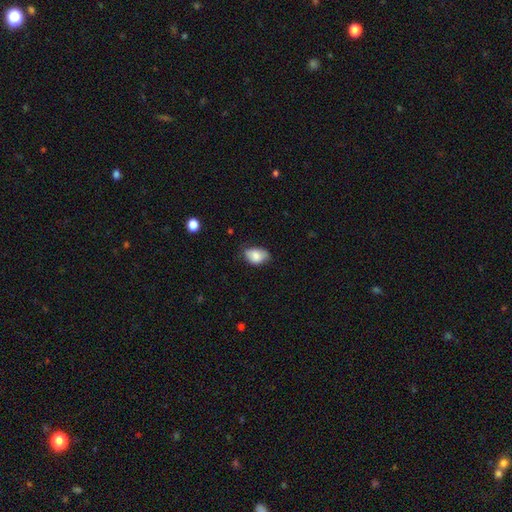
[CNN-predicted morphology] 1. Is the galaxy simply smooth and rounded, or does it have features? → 81% smooth, 12% featured or disk, 8% star or artifact.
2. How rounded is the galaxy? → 82% in between, 17% round, 1% cigar-shaped.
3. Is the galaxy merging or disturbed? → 57% none, 35% minor disturbance, 7% major disturbance, 2% merger.